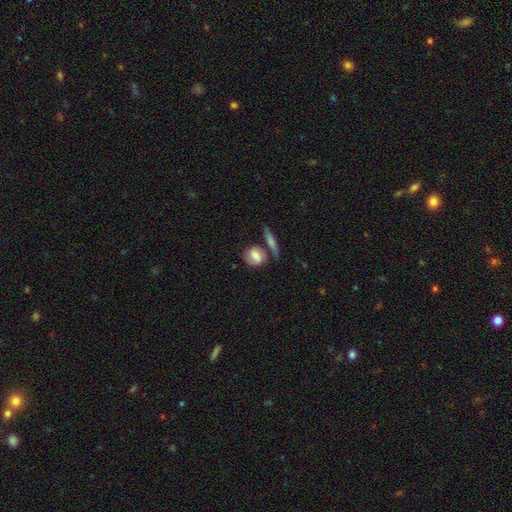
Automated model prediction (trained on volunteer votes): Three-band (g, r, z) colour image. It shows a smooth galaxy with no disk features (55%) that is round (49%). Merging: none (54%).